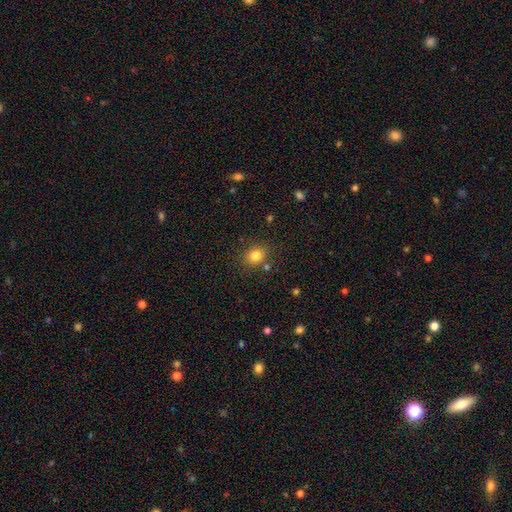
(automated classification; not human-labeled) Smooth or featured? Predicted: smooth (p=0.81). How rounded? Predicted: round (p=0.64). Merging? Predicted: none (p=0.80).